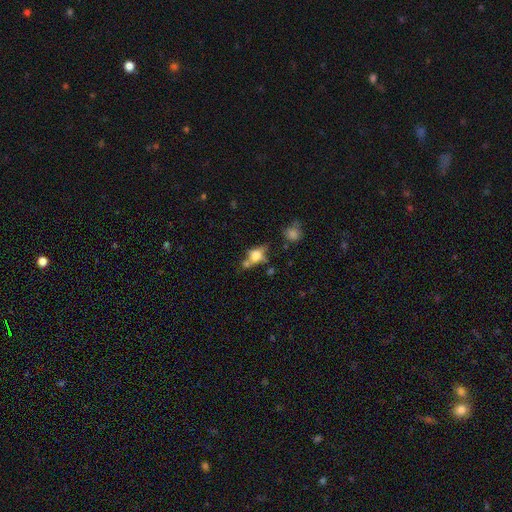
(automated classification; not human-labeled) Morphology: type=smooth (56%); roundness=in between (50%); merging=none (45%).